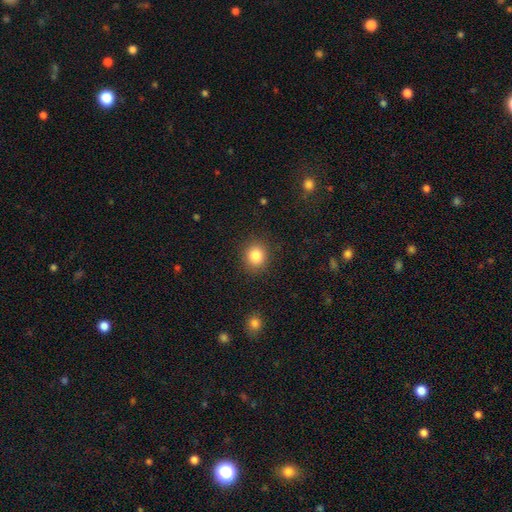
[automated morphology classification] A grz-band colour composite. It shows a smooth galaxy with no disk features (83%) that is round (79%). Merging: none (88%).